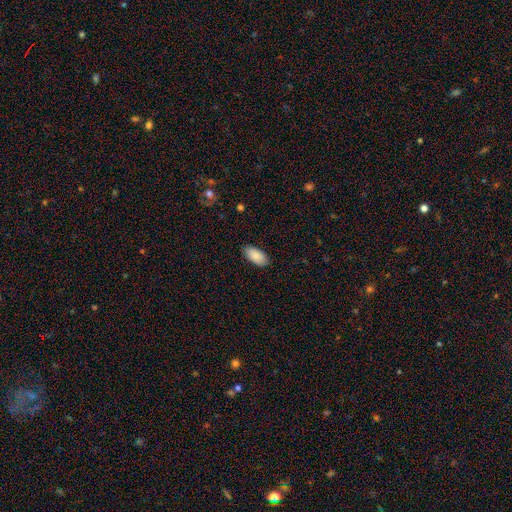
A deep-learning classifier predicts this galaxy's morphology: This appears to be a smooth galaxy with no disk features (89%) that is in between round and cigar-shaped (94%). Merging: none (88%).